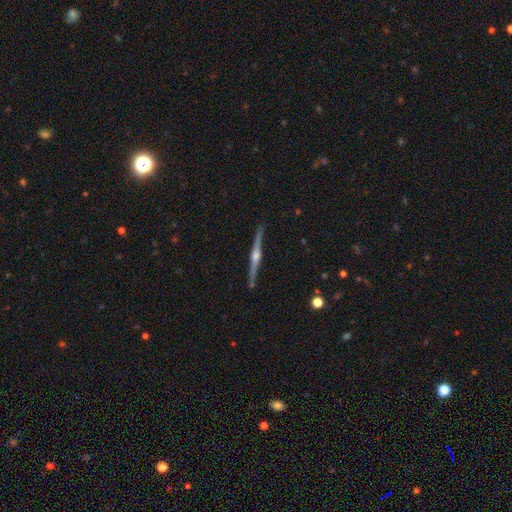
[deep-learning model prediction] This appears to be a featured or disk galaxy (87%) viewed edge-on (99%) with a rounded central bulge (92%). Merging: none (90%).